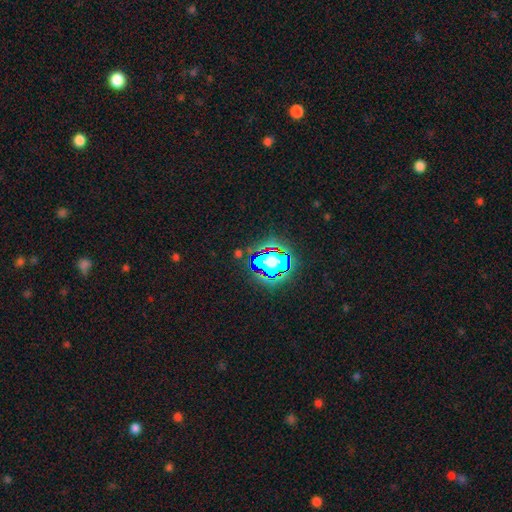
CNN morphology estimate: Smooth or featured: star or artifact — 84% (smooth — 10%)